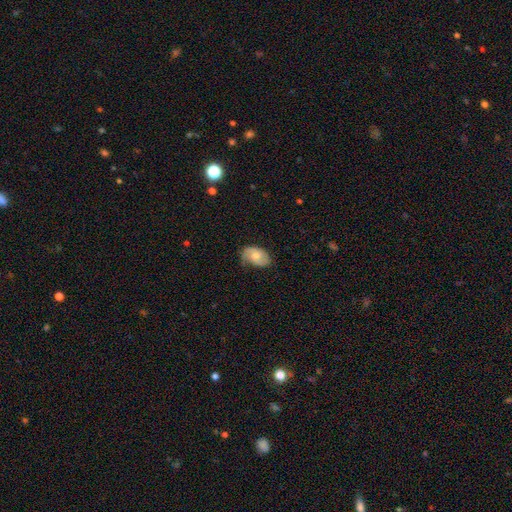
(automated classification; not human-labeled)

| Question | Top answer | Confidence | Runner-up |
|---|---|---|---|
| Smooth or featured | smooth | 51% | featured or disk (41%) |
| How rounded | in between | 87% | round (11%) |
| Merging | none | 57% | minor disturbance (31%) |